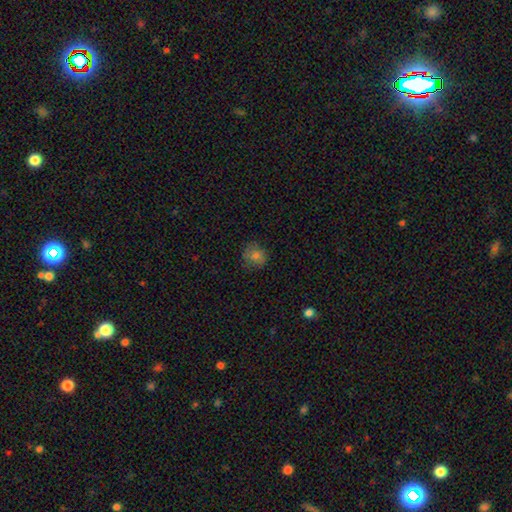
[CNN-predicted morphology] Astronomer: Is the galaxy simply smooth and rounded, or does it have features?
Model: smooth — 76%.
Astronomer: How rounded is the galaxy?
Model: round — 81%.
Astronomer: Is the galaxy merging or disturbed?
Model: none — 79%.